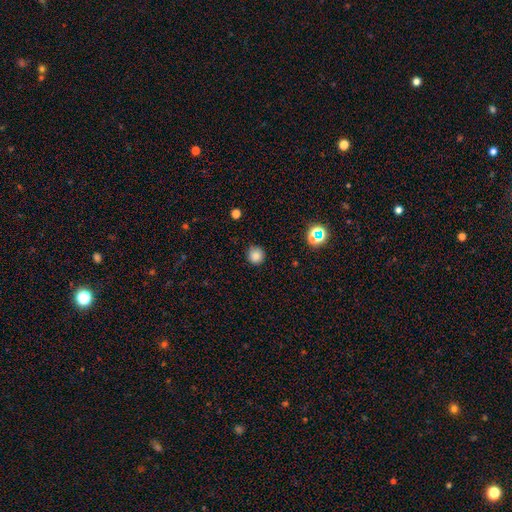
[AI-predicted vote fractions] This appears to be a smooth galaxy with no disk features (81%) that is round (92%). Merging: none (82%).